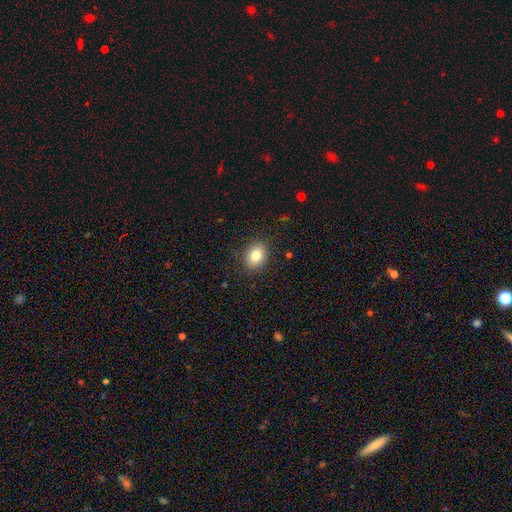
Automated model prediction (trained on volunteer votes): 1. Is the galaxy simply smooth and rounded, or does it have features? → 81% smooth, 10% star or artifact, 9% featured or disk.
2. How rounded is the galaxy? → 54% in between, 45% round, 1% cigar-shaped.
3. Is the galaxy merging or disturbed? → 87% none, 10% minor disturbance, 3% major disturbance, 1% merger.